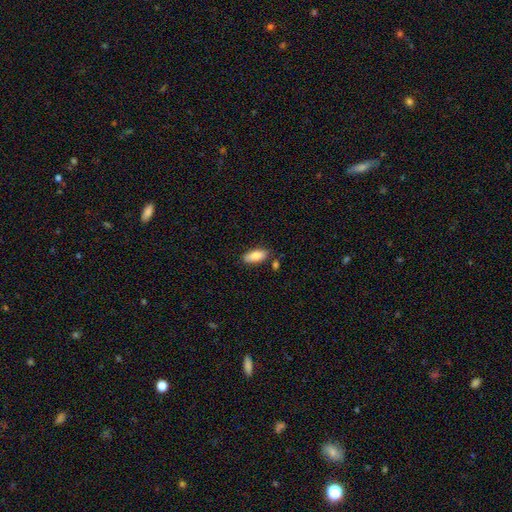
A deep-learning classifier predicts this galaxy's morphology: This is clearly a smooth galaxy (86%). How rounded: clearly in between (83%). Merging: clearly none (81%).